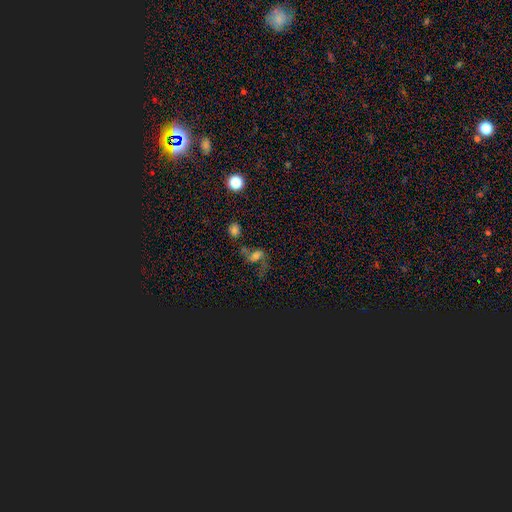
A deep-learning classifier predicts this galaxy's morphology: This appears to be a smooth galaxy with no disk features (42%). Merging: none (35%).